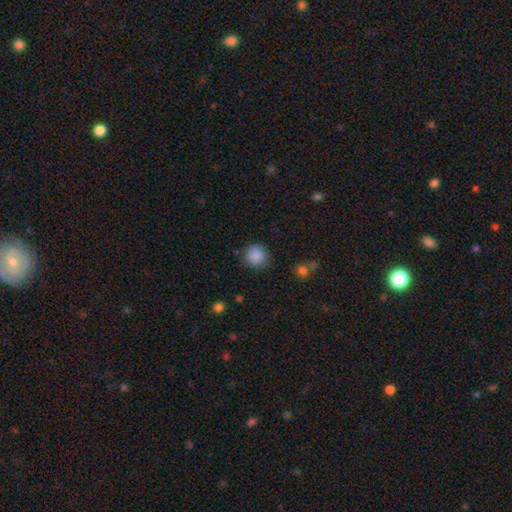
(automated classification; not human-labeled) Morphology: type=smooth (87%); roundness=round (92%); merging=none (83%).